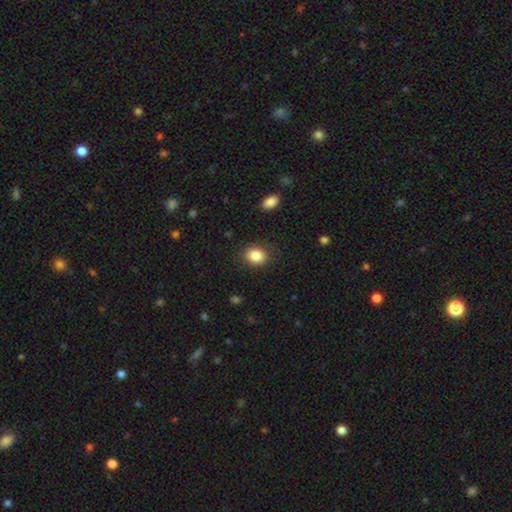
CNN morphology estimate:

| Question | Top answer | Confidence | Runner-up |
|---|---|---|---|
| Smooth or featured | smooth | 86% | star or artifact (9%) |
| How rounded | in between | 52% | round (47%) |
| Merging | none | 84% | minor disturbance (11%) |